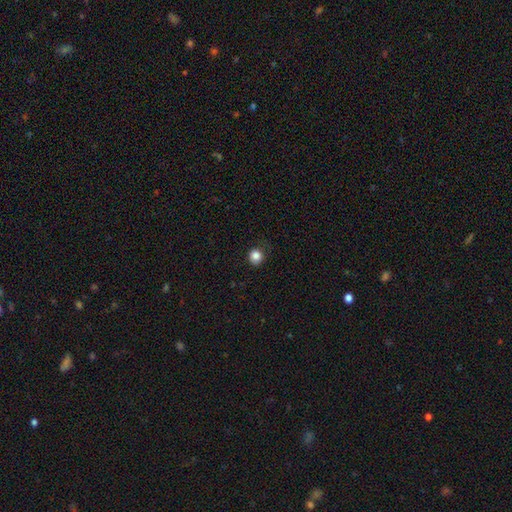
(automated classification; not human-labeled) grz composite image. It shows a smooth galaxy with no disk features (84%) that is round (90%). Merging: none (83%).